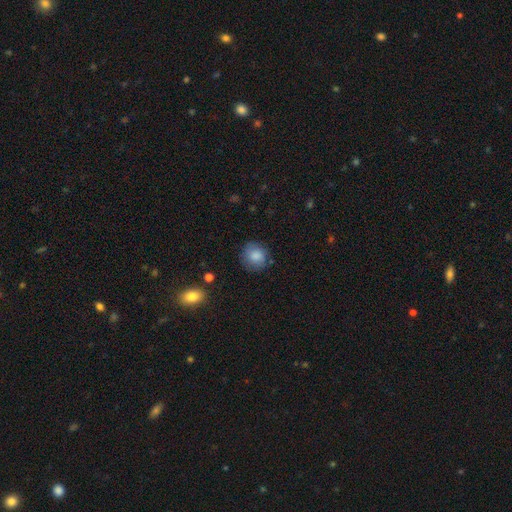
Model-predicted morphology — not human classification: Q: Smooth or featured?
A: smooth (83%); runner-up: featured or disk (8%)
Q: How rounded?
A: round (88%); runner-up: in between (11%)
Q: Merging?
A: none (78%); runner-up: minor disturbance (16%)